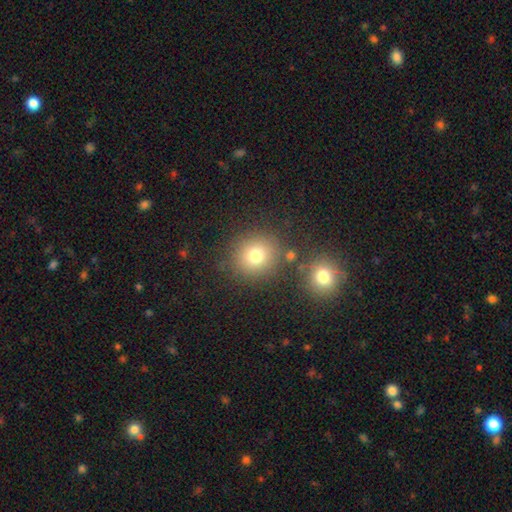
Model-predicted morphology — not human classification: smooth_or_featured: smooth (p=0.75) [alt: star or artifact p=0.15]
how_rounded: round (p=0.88) [alt: in between p=0.11]
merging: none (p=0.80) [alt: minor disturbance p=0.09]